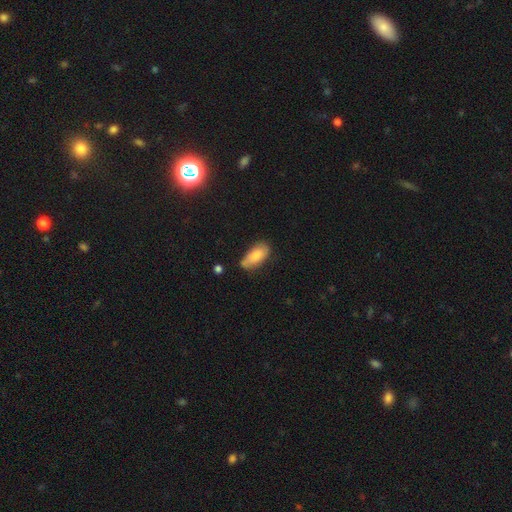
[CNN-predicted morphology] Smooth or featured? smooth (80%)
How rounded? in between (88%)
Merging? none (64%)